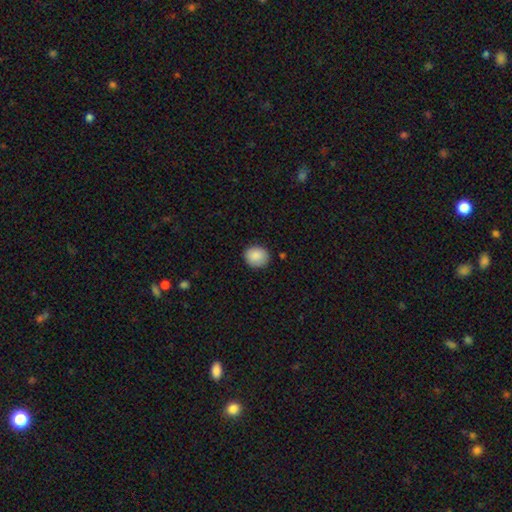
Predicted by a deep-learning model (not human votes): A smooth galaxy with no disk features (88%) that is round (71%).

Vote fractions:
- Smooth or featured? smooth: 88% / star or artifact: 8% / featured or disk: 4%
- How rounded? round: 71% / in between: 28% / cigar-shaped: 1%
- Merging? none: 86% / minor disturbance: 10% / major disturbance: 2% / merger: 1%